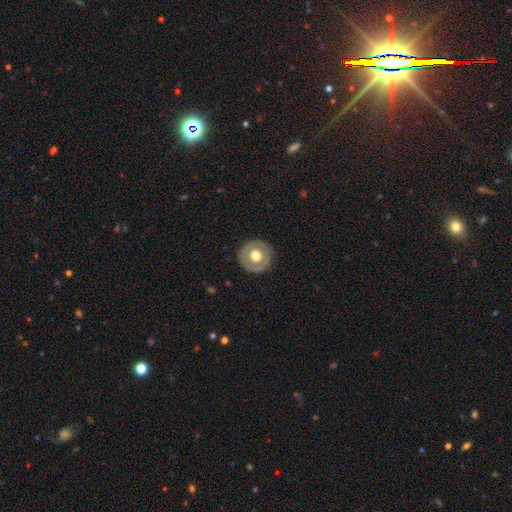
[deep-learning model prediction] A smooth galaxy with no disk features (49%).

Vote fractions:
- Smooth or featured? smooth: 49% / featured or disk: 45% / star or artifact: 6%
- Merging? none: 87% / minor disturbance: 9% / major disturbance: 3% / merger: 1%